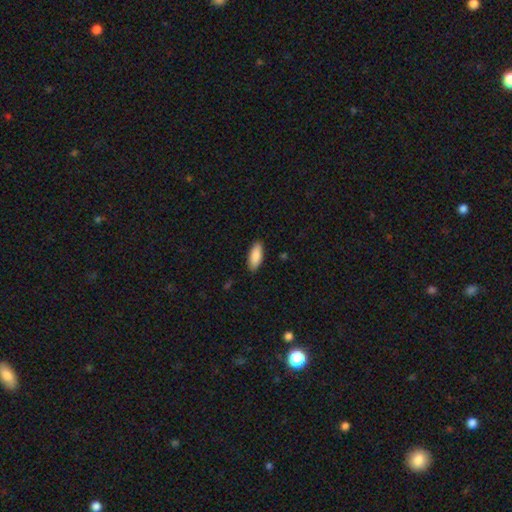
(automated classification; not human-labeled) Overall: smooth (89%). How rounded: in between (79%). Merging: none (89%).